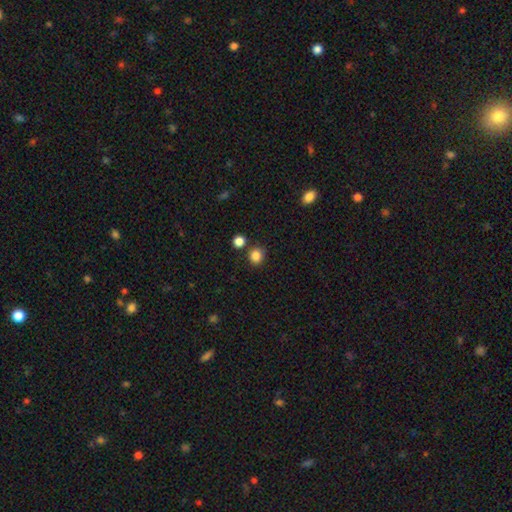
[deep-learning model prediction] This is clearly a smooth galaxy (85%). How rounded: clearly round (82%). Merging: likely none (79%).